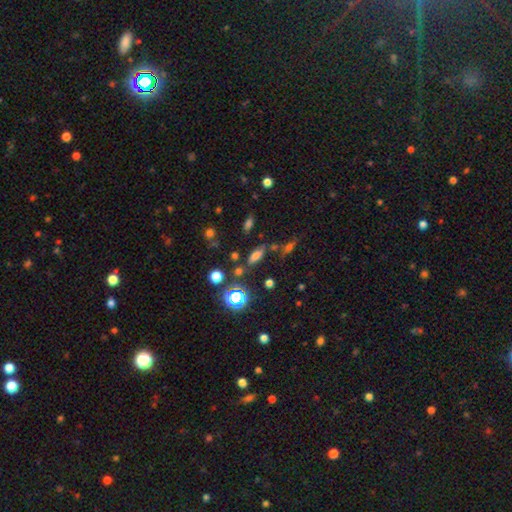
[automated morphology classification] Overall: smooth (61%; star or artifact 24%). How rounded: in between (70%). Merging: none (72%).